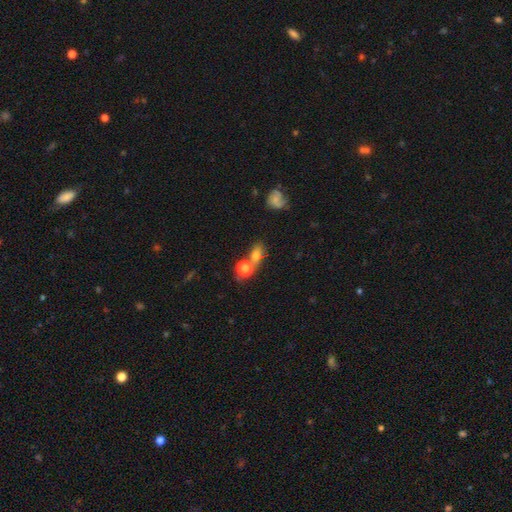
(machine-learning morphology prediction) Smooth or featured: smooth — 70% (star or artifact — 16%)
How rounded: in between — 55% (round — 40%)
Merging: none — 48% (merger — 33%)